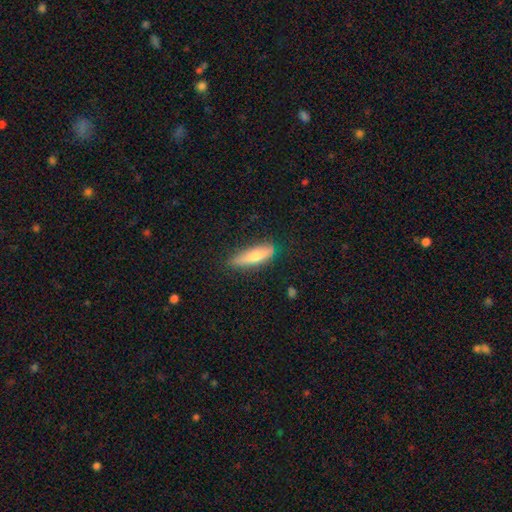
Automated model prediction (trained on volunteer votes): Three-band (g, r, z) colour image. It shows a smooth galaxy with no disk features (71%) that is cigar-shaped (67%). Merging: none (74%).